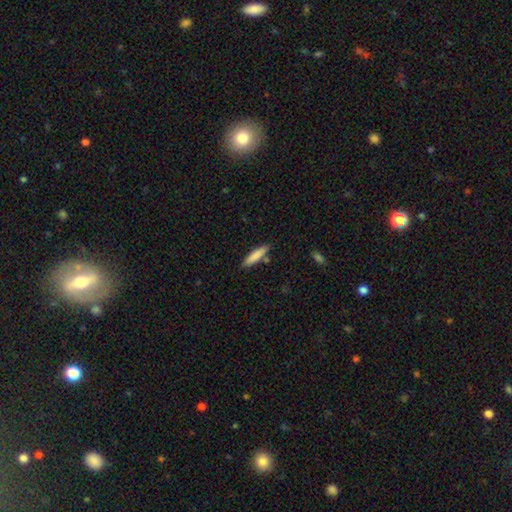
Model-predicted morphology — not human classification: Smooth or featured: smooth — 82% (featured or disk — 12%)
How rounded: cigar-shaped — 81% (in between — 18%)
Merging: none — 82% (minor disturbance — 11%)